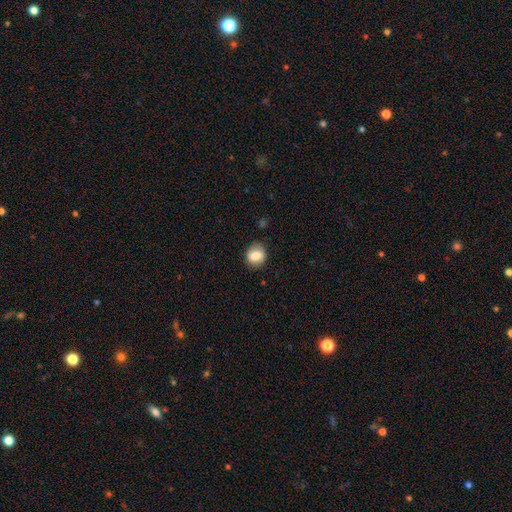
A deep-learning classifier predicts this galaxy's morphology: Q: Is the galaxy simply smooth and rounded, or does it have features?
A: smooth — 76%.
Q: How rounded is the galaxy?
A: round — 62%.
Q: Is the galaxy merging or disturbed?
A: none — 80%.